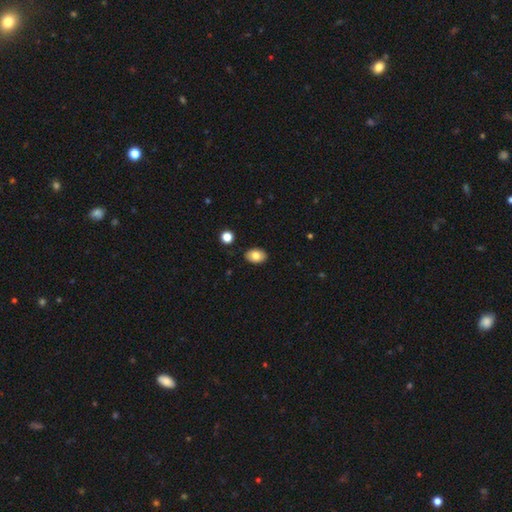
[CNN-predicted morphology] This is likely a smooth galaxy (79%). How rounded: clearly in between (84%). Merging: clearly none (88%).